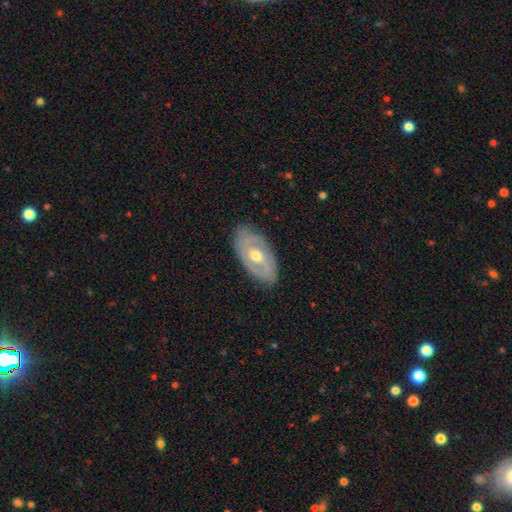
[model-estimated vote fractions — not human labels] Smooth or featured? featured or disk (71%)
Edge-on disk? no (90%)
Bar? no (65%)
Spiral arms? yes (59%)
Bulge size? moderate (77%)
Merging? none (83%)